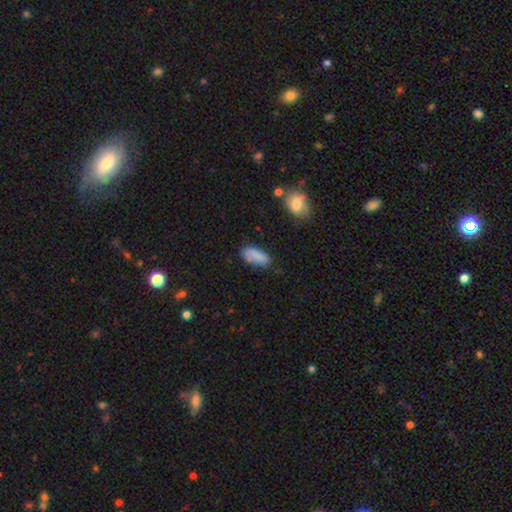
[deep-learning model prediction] Overall: smooth (82%). How rounded: in between (83%). Merging: none (63%; minor disturbance 26%).